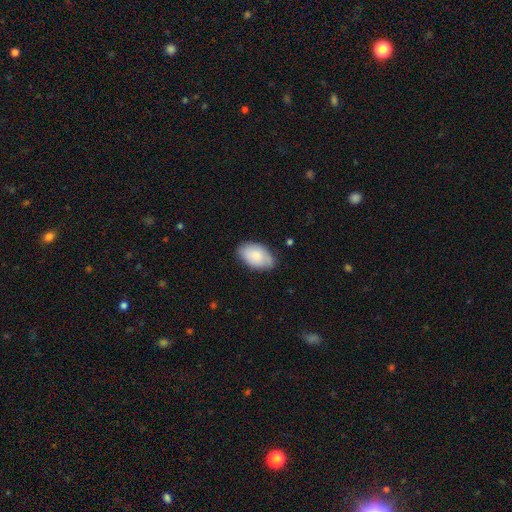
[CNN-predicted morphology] Smooth or featured: smooth — 78% (featured or disk — 16%)
How rounded: in between — 94% (round — 5%)
Merging: none — 73% (minor disturbance — 22%)